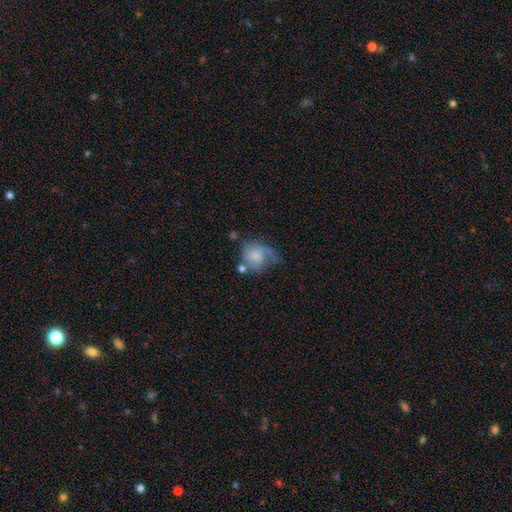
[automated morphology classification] smooth-or-featured: featured or disk: 52% | smooth: 39% | star or artifact: 9%
  disk-edge-on: no: 97% | yes: 3%
    bar: no: 65% | weak: 30% | strong: 5%
    has-spiral-arms: yes: 82% | no: 18%
    bulge-size: small: 36% | none: 30% | moderate: 25% | large: 7% | dominant: 2%
  merging: none: 35% | major disturbance: 30% | minor disturbance: 25% | merger: 10%